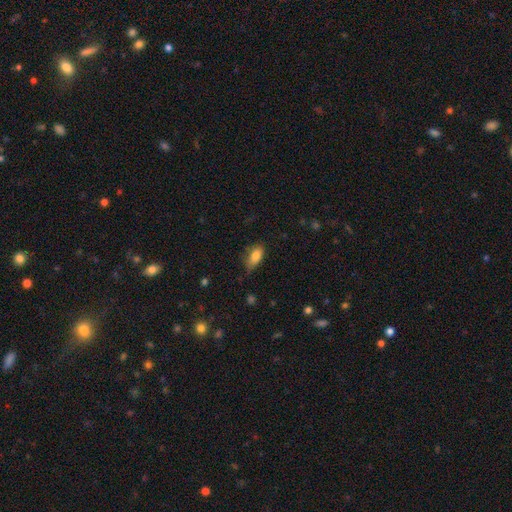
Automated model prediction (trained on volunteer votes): Smooth or featured: smooth — 81% (featured or disk — 11%)
How rounded: in between — 85% (cigar-shaped — 11%)
Merging: none — 60% (minor disturbance — 31%)